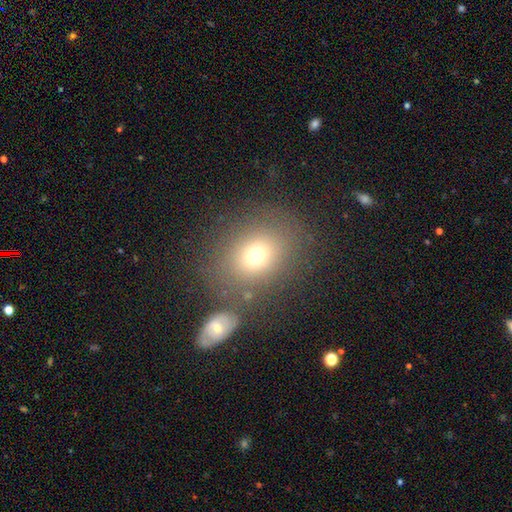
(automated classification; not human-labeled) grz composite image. It shows a smooth galaxy with no disk features (71%) that is round (52%). Merging: none (70%).